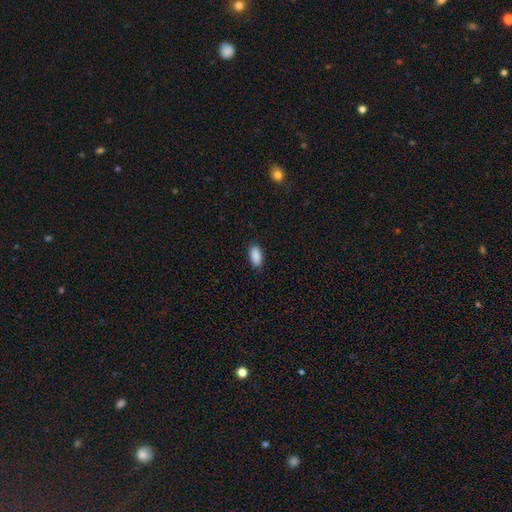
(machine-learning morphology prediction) Smooth or featured?
  - smooth: 90% *
  - star or artifact: 7%
  - featured or disk: 3%
How rounded?
  - in between: 93% *
  - cigar-shaped: 5%
  - round: 2%
Merging?
  - none: 88% *
  - minor disturbance: 9%
  - major disturbance: 2%
  - merger: 1%